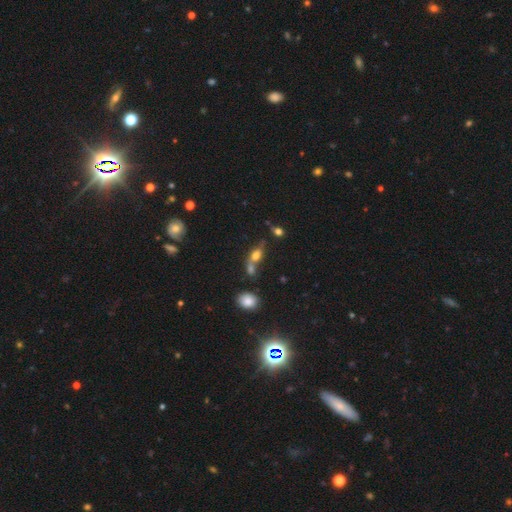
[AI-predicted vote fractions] smooth_or_featured: smooth (p=0.62) [alt: featured or disk p=0.22]
how_rounded: in between (p=0.62) [alt: round p=0.24]
merging: merger (p=0.46) [alt: none p=0.35]